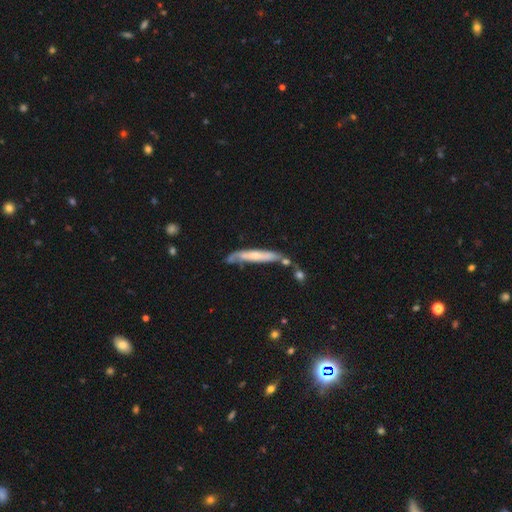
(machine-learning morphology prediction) Smooth or featured? featured or disk (49%)
Merging? none (47%)